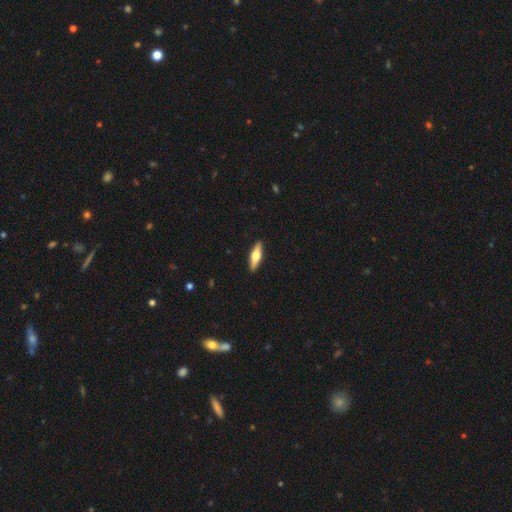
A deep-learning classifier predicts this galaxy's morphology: A featured or disk galaxy (52%) viewed edge-on (94%).

Vote fractions:
- Smooth or featured? featured or disk: 52% / smooth: 43% / star or artifact: 5%
- Edge-on disk? yes: 94% / no: 6%
- Merging? none: 91% / minor disturbance: 6% / major disturbance: 1% / merger: 1%